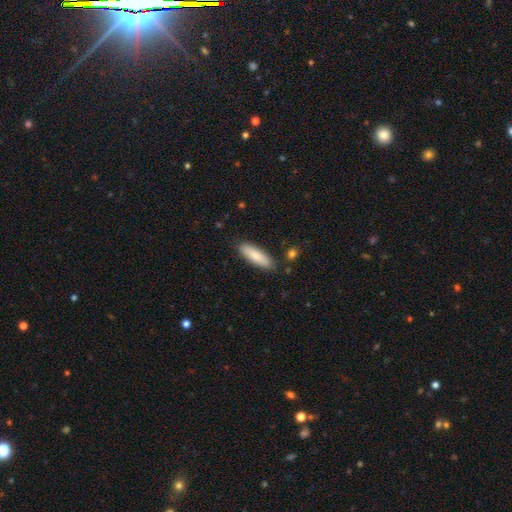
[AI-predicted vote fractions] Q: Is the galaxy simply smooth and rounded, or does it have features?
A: smooth — 82%.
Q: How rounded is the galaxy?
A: cigar-shaped — 52%.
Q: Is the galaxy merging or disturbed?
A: none — 86%.